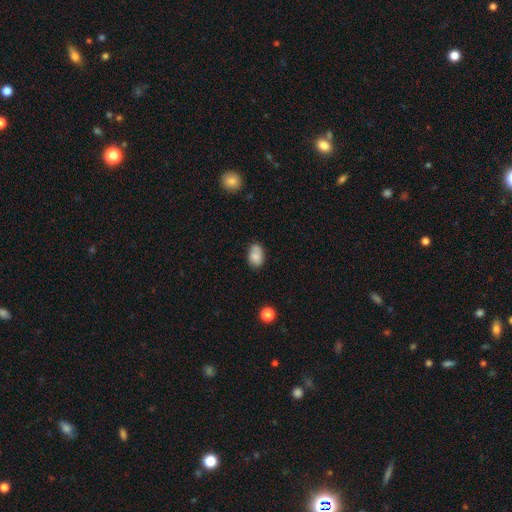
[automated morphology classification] Smooth or featured? smooth (81%)
How rounded? in between (85%)
Merging? none (67%)